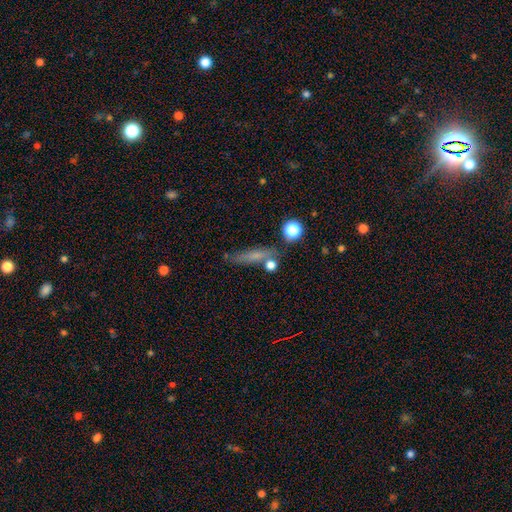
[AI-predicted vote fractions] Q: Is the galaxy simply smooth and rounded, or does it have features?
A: smooth — 61%.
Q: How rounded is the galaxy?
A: cigar-shaped — 77%.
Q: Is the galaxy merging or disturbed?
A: none — 71%.